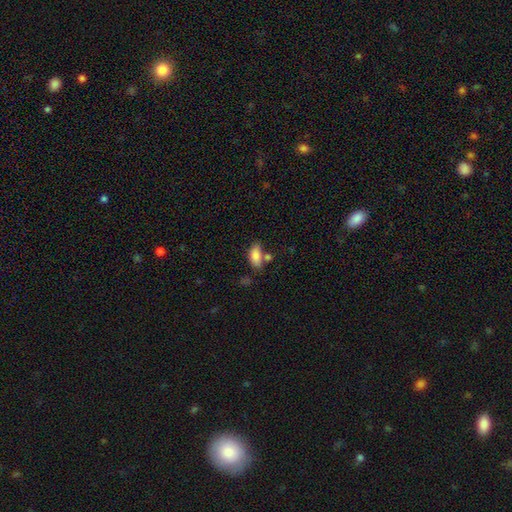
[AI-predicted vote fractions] This appears to be a smooth galaxy with no disk features (85%) that is in between round and cigar-shaped (88%). Merging: none (55%).